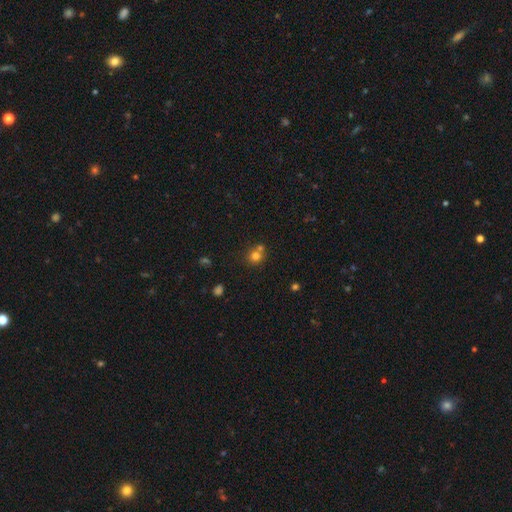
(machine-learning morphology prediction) Smooth or featured? Predicted: smooth (p=0.75). How rounded? Predicted: round (p=0.86). Merging? Predicted: none (p=0.54).